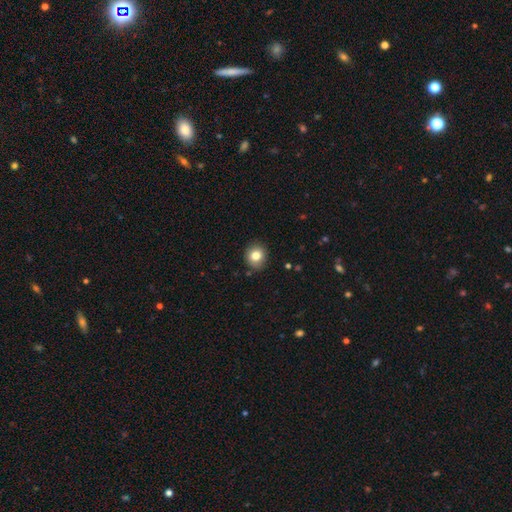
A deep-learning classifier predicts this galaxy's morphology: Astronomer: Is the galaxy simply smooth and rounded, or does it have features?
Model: smooth — 81%.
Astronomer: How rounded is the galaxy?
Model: round — 78%.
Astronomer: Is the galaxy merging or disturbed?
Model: none — 87%.